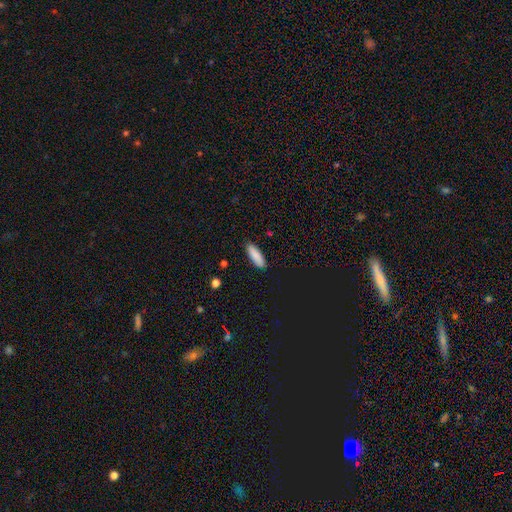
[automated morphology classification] This is clearly a smooth galaxy (88%). How rounded: possibly in between (59%). Merging: clearly none (87%).